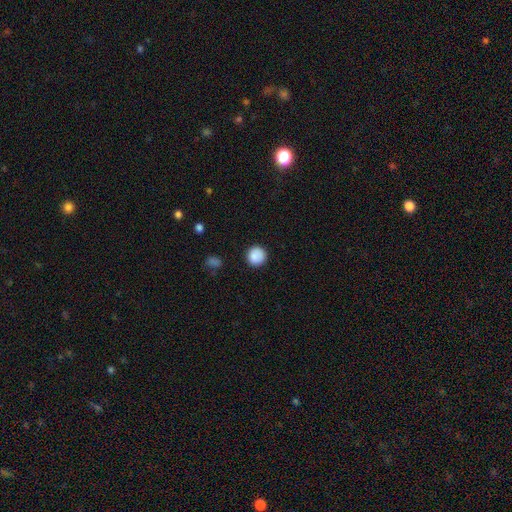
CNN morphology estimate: smooth_or_featured: smooth (p=0.87) [alt: star or artifact p=0.08]
how_rounded: round (p=0.93) [alt: in between p=0.06]
merging: none (p=0.89) [alt: minor disturbance p=0.08]